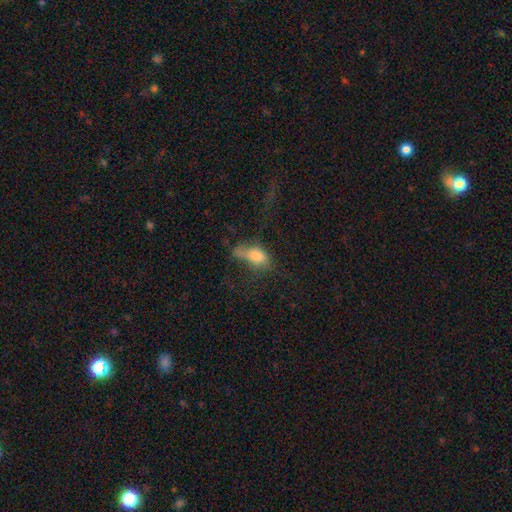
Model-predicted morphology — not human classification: A smooth galaxy with no disk features (67%) that is in between round and cigar-shaped (82%).

Vote fractions:
- Smooth or featured? smooth: 67% / featured or disk: 20% / star or artifact: 12%
- How rounded? in between: 82% / cigar-shaped: 10% / round: 8%
- Merging? major disturbance: 41% / none: 28% / minor disturbance: 23% / merger: 8%